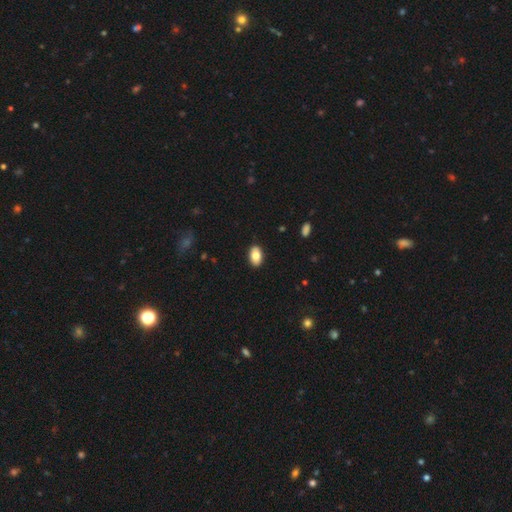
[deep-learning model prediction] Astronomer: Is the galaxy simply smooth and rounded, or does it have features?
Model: smooth — 81%.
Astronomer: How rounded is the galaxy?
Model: in between — 92%.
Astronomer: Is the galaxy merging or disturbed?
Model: none — 89%.